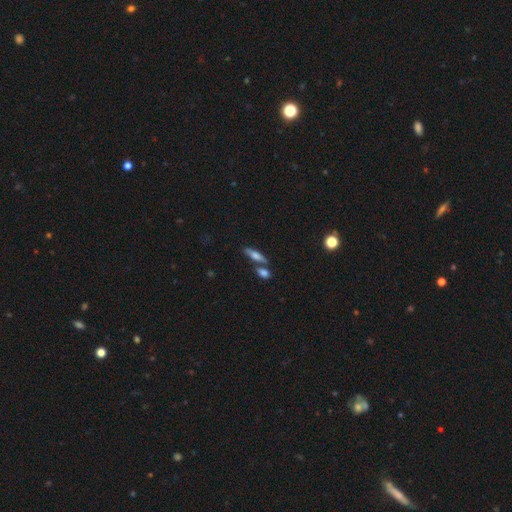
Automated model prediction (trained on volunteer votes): smooth-or-featured: smooth: 49% | featured or disk: 42% | star or artifact: 9%
  merging: none: 66% | merger: 21% | minor disturbance: 10% | major disturbance: 3%